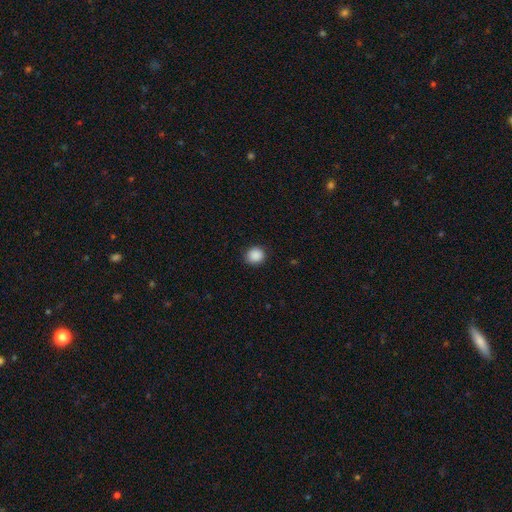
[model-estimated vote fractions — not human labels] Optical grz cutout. It shows a smooth galaxy with no disk features (89%) that is round (85%). Merging: none (88%).